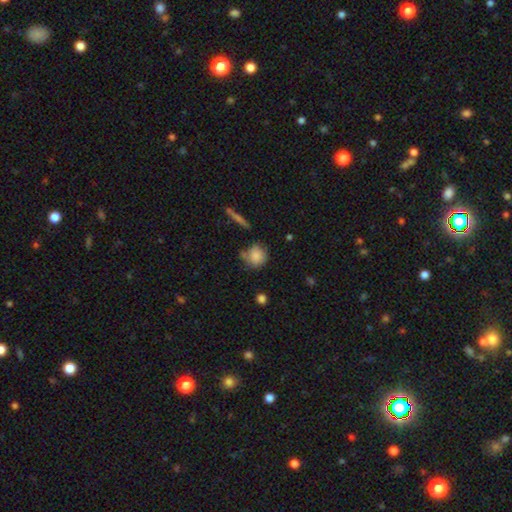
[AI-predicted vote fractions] Smooth or featured? Predicted: smooth (p=0.82). How rounded? Predicted: round (p=0.83). Merging? Predicted: none (p=0.59).